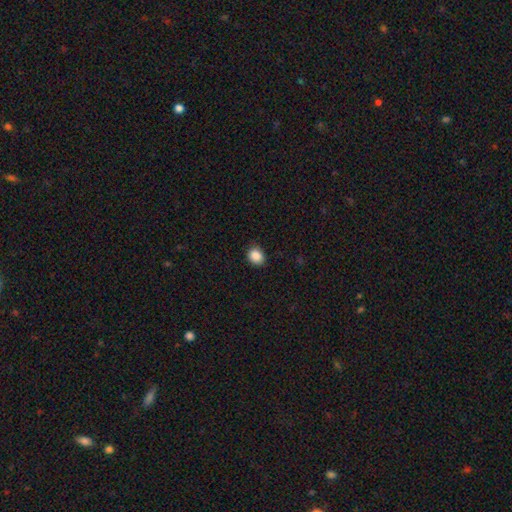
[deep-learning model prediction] Smooth or featured? smooth (88%)
How rounded? round (54%)
Merging? none (87%)